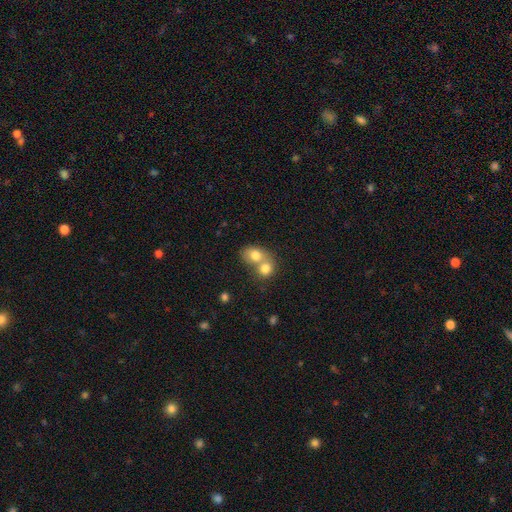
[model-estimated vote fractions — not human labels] smooth_or_featured: smooth (p=0.76) [alt: featured or disk p=0.15]
how_rounded: round (p=0.51) [alt: in between p=0.48]
merging: merger (p=0.69) [alt: none p=0.23]